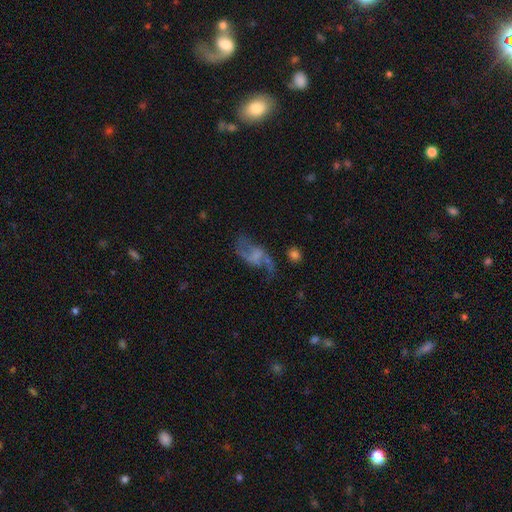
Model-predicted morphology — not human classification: Smooth or featured? Predicted: featured or disk (p=0.72). Edge-on disk? Predicted: no (p=0.96). Bar? Predicted: no (p=0.45). Spiral arms? Predicted: yes (p=0.84). Spiral winding? Predicted: loose (p=0.74). Spiral arm count? Predicted: 2 (p=0.86). Bulge size? Predicted: none (p=0.58). Merging? Predicted: none (p=0.49).